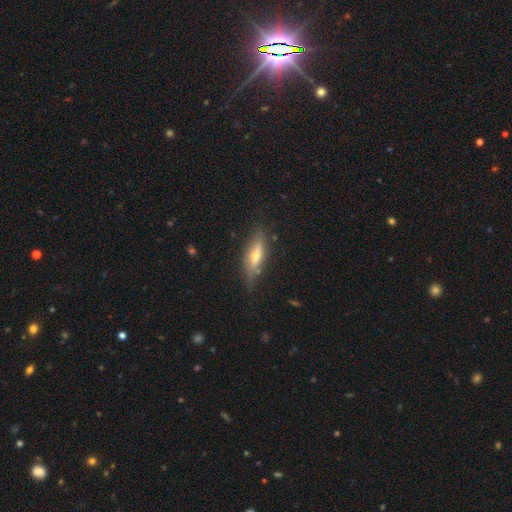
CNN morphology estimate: Smooth or featured?
  - featured or disk: 53% *
  - smooth: 40%
  - star or artifact: 8%
Edge-on disk?
  - yes: 83% *
  - no: 17%
Merging?
  - none: 77% *
  - minor disturbance: 17%
  - major disturbance: 4%
  - merger: 2%